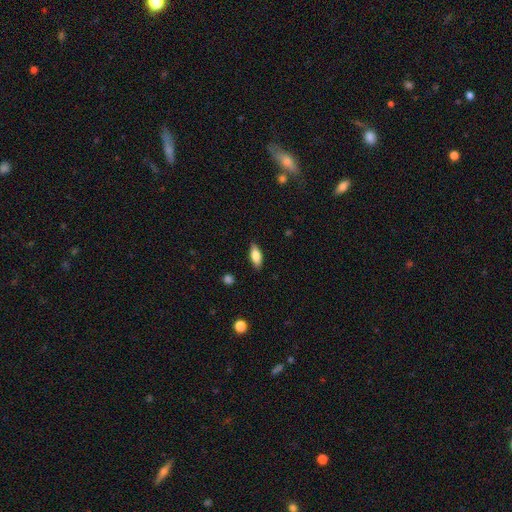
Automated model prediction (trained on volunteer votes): Smooth or featured? Predicted: smooth (p=0.79). How rounded? Predicted: in between (p=0.77). Merging? Predicted: none (p=0.86).